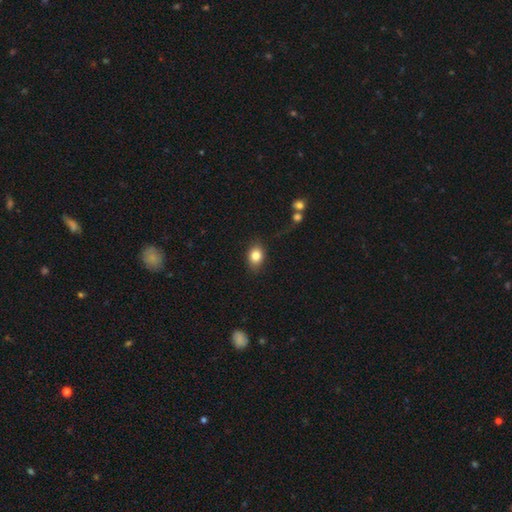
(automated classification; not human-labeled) A smooth galaxy with no disk features (83%) that is in between round and cigar-shaped (69%).

Vote fractions:
- Smooth or featured? smooth: 83% / star or artifact: 9% / featured or disk: 8%
- How rounded? in between: 69% / round: 30% / cigar-shaped: 1%
- Merging? none: 81% / minor disturbance: 13% / major disturbance: 4% / merger: 2%